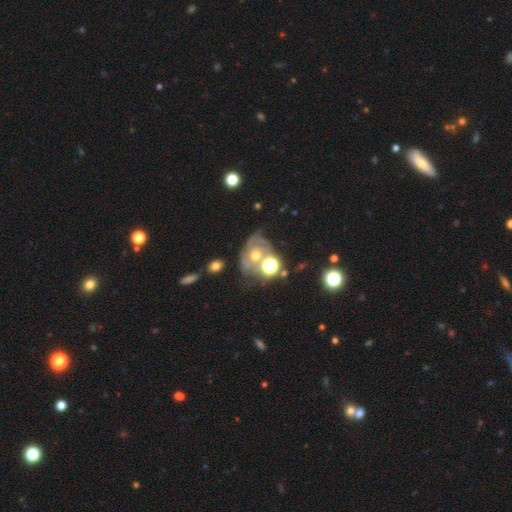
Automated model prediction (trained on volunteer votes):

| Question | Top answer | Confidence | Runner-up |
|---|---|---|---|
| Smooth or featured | featured or disk | 61% | smooth (22%) |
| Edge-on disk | no | 96% | yes (4%) |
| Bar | no | 81% | weak (15%) |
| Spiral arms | yes | 68% | no (32%) |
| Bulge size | moderate | 63% | small (26%) |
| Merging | none | 44% | merger (20%) |